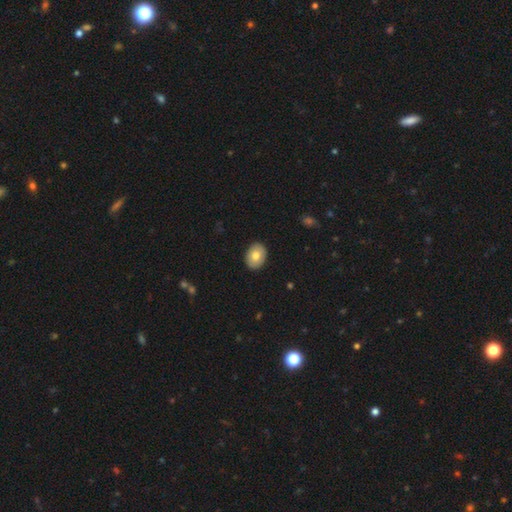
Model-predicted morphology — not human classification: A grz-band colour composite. It shows a smooth galaxy with no disk features (77%) that is in between round and cigar-shaped (72%). Merging: none (90%).